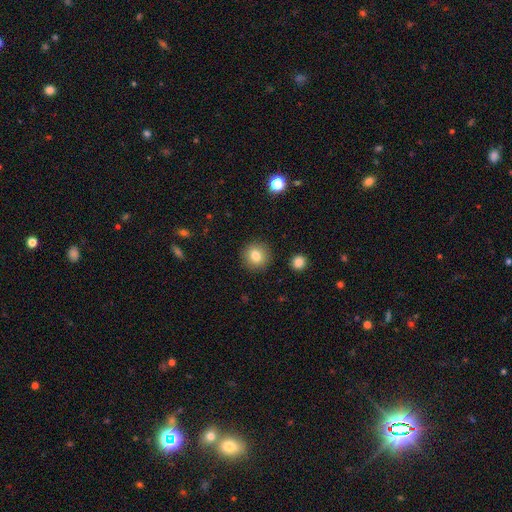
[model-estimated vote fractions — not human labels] Morphology: type=smooth (82%); roundness=round (92%); merging=none (90%).